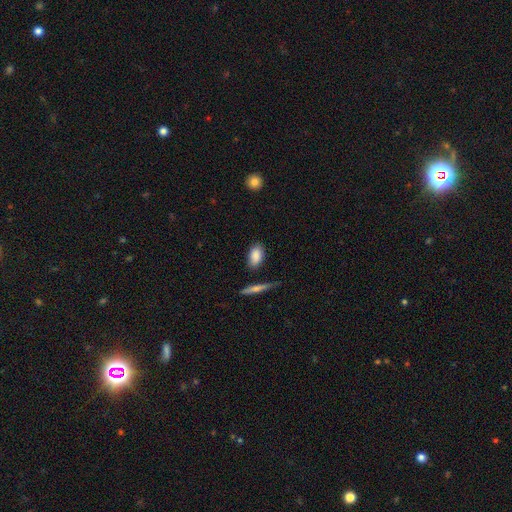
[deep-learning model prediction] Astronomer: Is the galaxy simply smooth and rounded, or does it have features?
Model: smooth — 86%.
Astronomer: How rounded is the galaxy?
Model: in between — 88%.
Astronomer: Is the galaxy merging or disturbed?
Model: none — 78%.